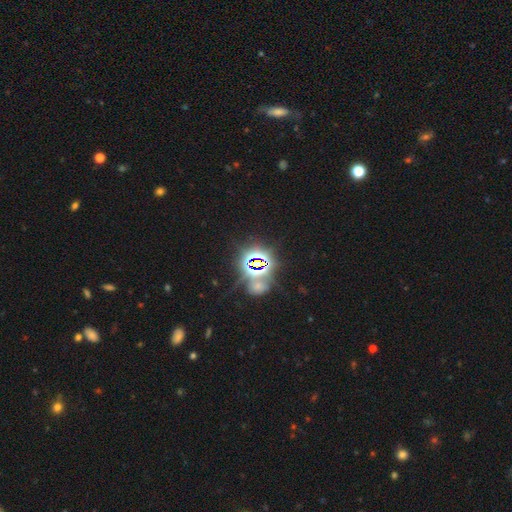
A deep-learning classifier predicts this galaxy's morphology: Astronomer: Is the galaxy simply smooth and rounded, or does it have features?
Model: star or artifact — 79%.